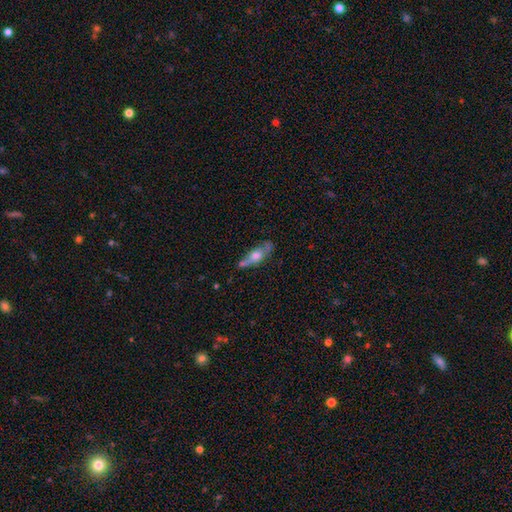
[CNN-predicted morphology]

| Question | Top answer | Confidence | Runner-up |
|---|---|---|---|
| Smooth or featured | smooth | 47% | featured or disk (46%) |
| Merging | none | 48% | minor disturbance (26%) |